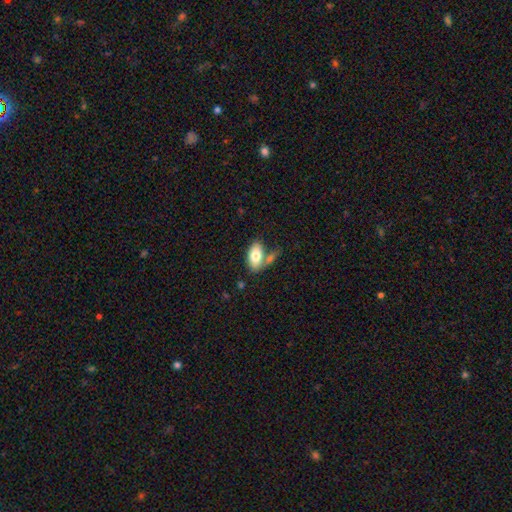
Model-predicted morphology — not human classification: The model was most divided on "merging": none: 50%, merger: 27%, minor disturbance: 15%, major disturbance: 7%. More confident: how rounded — in between (93%); smooth or featured — smooth (76%).